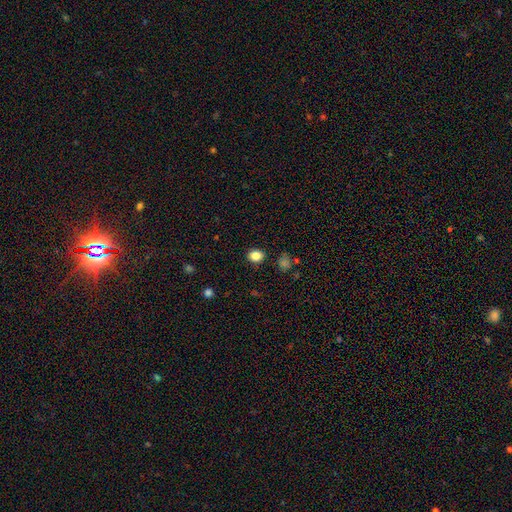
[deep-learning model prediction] smooth-or-featured: smooth: 85% | star or artifact: 11% | featured or disk: 4%
  how-rounded: round: 57% | in between: 42% | cigar-shaped: 1%
  merging: none: 88% | minor disturbance: 8% | major disturbance: 2% | merger: 2%